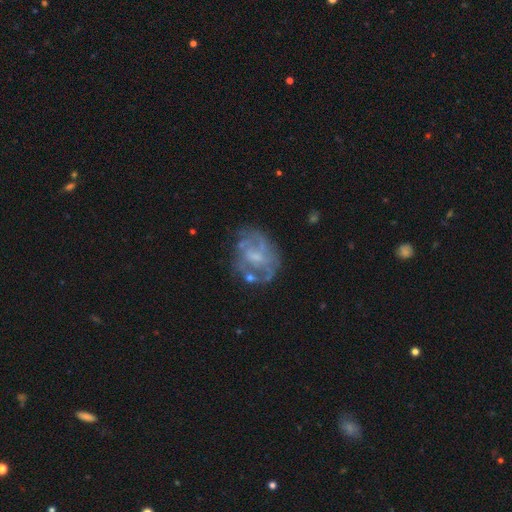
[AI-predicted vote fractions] smooth-or-featured: featured or disk: 70% | smooth: 20% | star or artifact: 9%
  disk-edge-on: no: 98% | yes: 2%
    bar: no: 58% | weak: 34% | strong: 7%
    has-spiral-arms: no: 53% | yes: 47%
    bulge-size: small: 36% | moderate: 32% | none: 28% | large: 3% | dominant: 1%
  merging: none: 54% | minor disturbance: 21% | major disturbance: 18% | merger: 7%